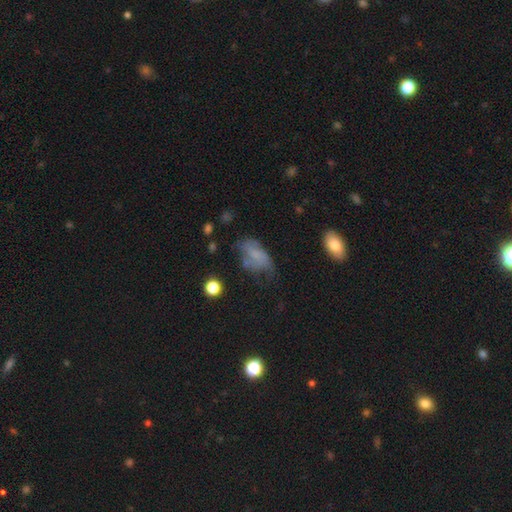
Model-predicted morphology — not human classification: This is possibly a smooth galaxy (56%). How rounded: clearly in between (88%). Merging: marginally none (34%).